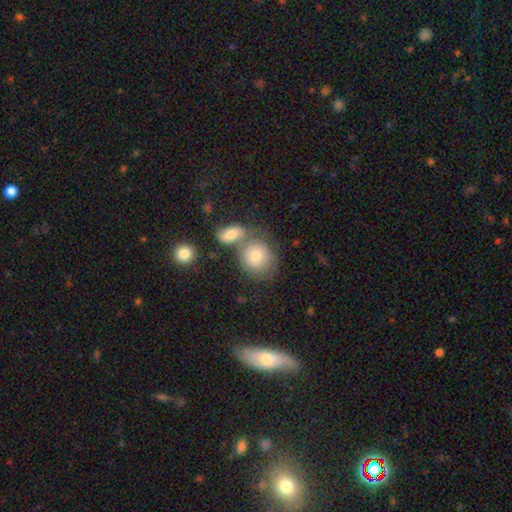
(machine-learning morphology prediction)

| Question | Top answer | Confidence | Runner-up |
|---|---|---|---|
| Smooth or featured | smooth | 74% | featured or disk (19%) |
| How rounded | round | 79% | in between (20%) |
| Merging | none | 46% | merger (36%) |